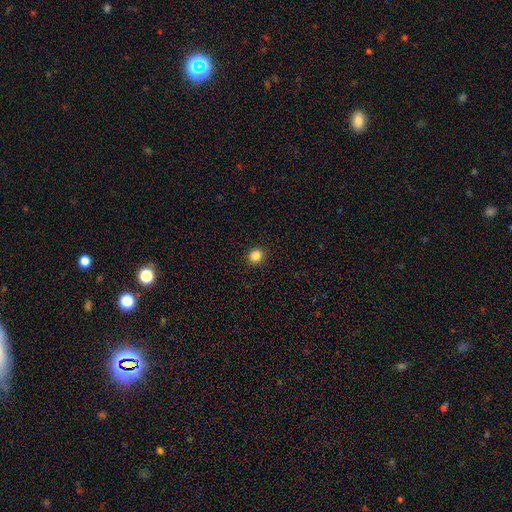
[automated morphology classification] Smooth or featured?
  - smooth: 85% *
  - star or artifact: 11%
  - featured or disk: 4%
How rounded?
  - round: 90% *
  - in between: 9%
  - cigar-shaped: 1%
Merging?
  - none: 93% *
  - minor disturbance: 5%
  - major disturbance: 2%
  - merger: 1%